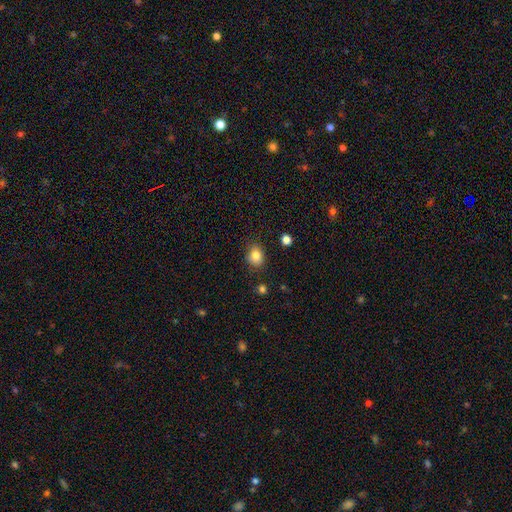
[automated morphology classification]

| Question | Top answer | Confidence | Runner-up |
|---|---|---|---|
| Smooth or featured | smooth | 83% | star or artifact (10%) |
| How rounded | round | 53% | in between (46%) |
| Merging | none | 80% | minor disturbance (14%) |